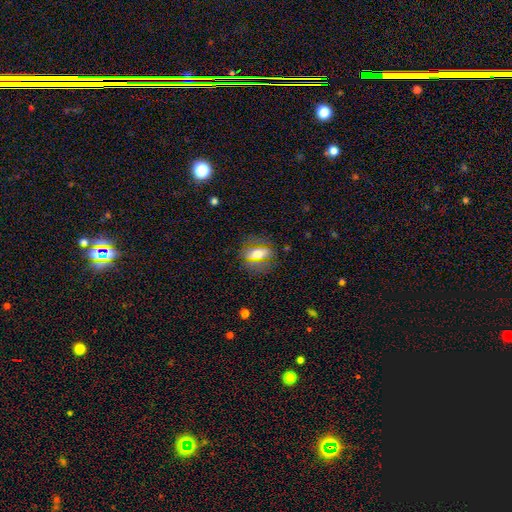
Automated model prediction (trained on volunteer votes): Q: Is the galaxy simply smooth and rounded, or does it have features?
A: smooth — 54%.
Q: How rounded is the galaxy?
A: in between — 62%.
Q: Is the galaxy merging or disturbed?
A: none — 79%.